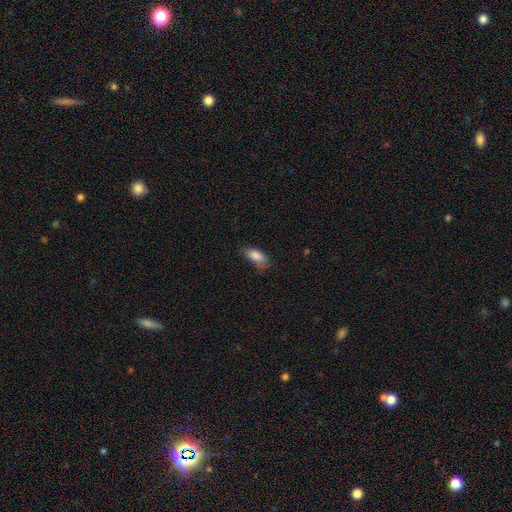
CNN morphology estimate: smooth 85%, star or artifact 8%, featured or disk 7%. Down the decision tree: how rounded — in between (88%); merging — none (56%).